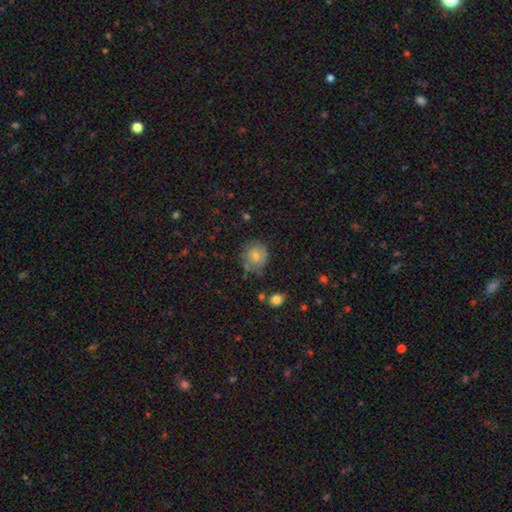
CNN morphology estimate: Smooth or featured? Predicted: smooth (p=0.67). How rounded? Predicted: round (p=0.88). Merging? Predicted: none (p=0.75).